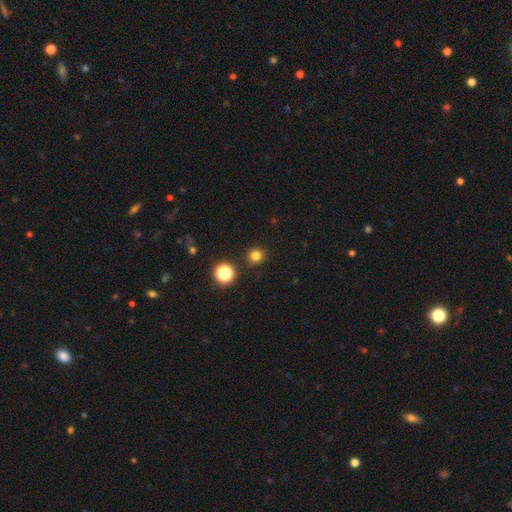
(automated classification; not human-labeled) Smooth or featured: smooth — 79% (star or artifact — 17%)
How rounded: round — 91% (in between — 8%)
Merging: none — 90% (minor disturbance — 6%)